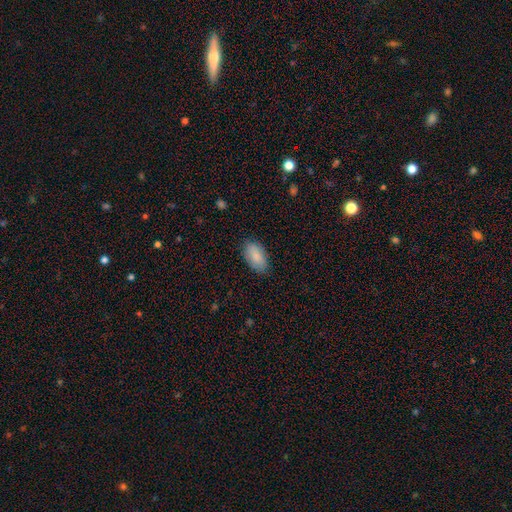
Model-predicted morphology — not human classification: Smooth or featured? smooth (87%)
How rounded? in between (94%)
Merging? none (83%)